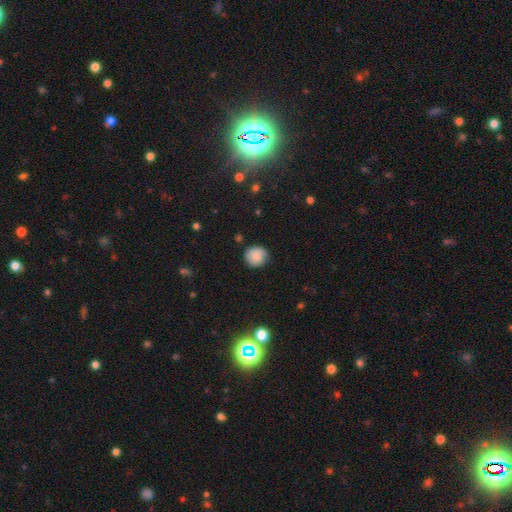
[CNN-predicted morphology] This is likely a smooth galaxy (75%). How rounded: clearly round (85%). Merging: likely none (75%).